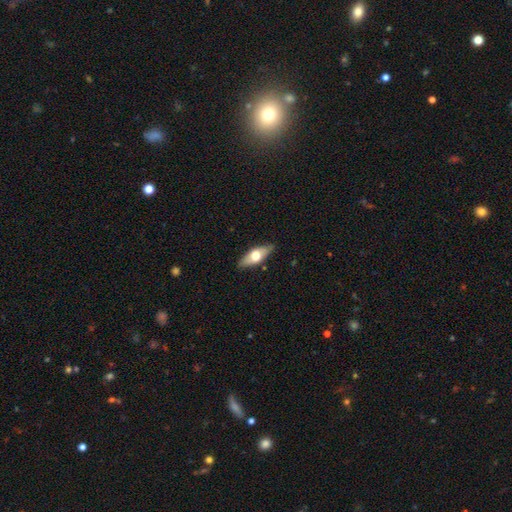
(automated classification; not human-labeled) This is possibly a smooth galaxy (52%). How rounded: likely in between (69%). Merging: clearly none (84%).